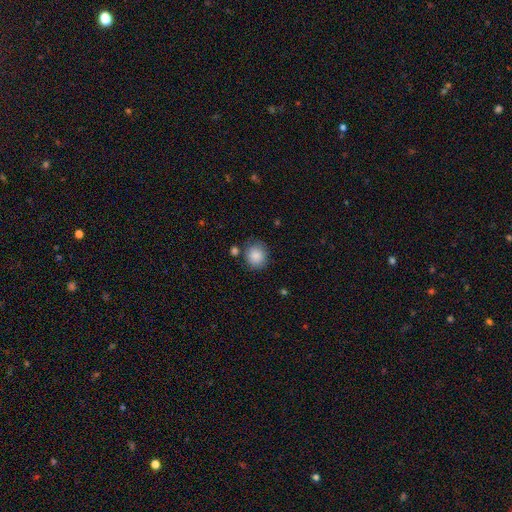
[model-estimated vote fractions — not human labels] This is clearly a smooth galaxy (87%). How rounded: clearly round (85%). Merging: likely none (75%).